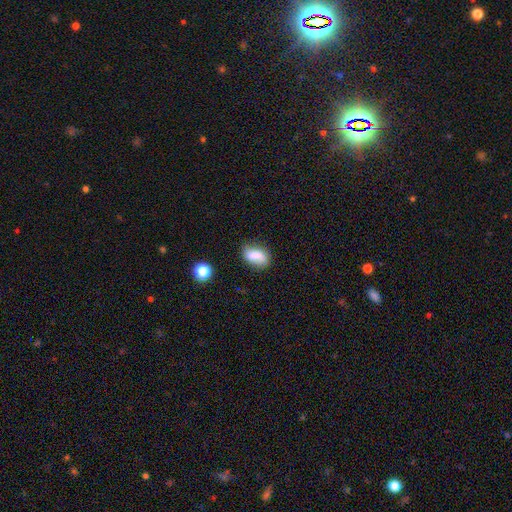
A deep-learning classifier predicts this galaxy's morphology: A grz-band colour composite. It shows a smooth galaxy with no disk features (75%) that is in between round and cigar-shaped (86%). Merging: none (66%).